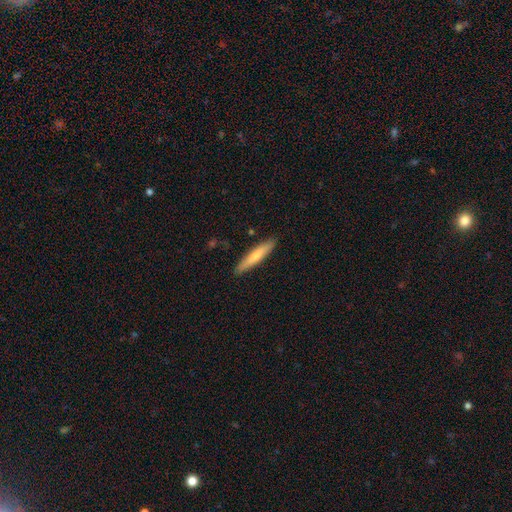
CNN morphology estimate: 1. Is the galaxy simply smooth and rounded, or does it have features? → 67% smooth, 28% featured or disk, 5% star or artifact.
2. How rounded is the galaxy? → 89% cigar-shaped, 9% in between, 1% round.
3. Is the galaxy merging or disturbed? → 89% none, 8% minor disturbance, 2% major disturbance, 1% merger.